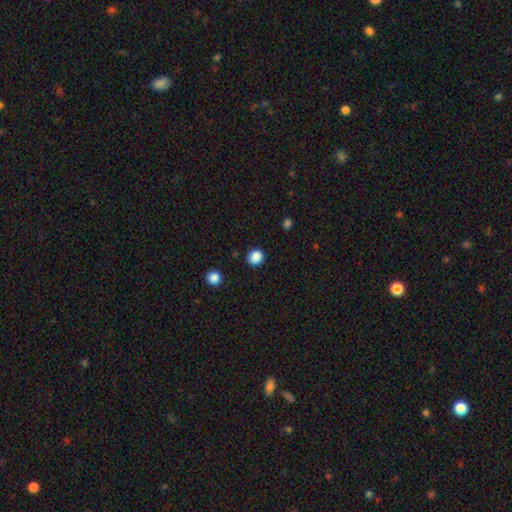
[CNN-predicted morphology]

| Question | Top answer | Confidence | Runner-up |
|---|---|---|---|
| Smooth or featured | smooth | 87% | star or artifact (10%) |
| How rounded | round | 80% | in between (19%) |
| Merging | none | 88% | minor disturbance (8%) |